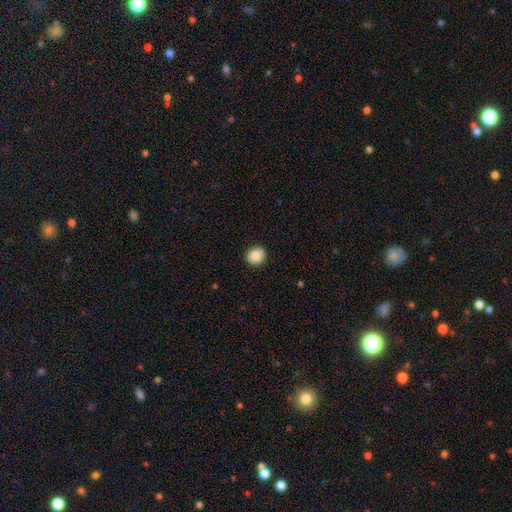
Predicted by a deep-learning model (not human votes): Morphology: type=smooth (83%); roundness=round (81%); merging=none (90%).